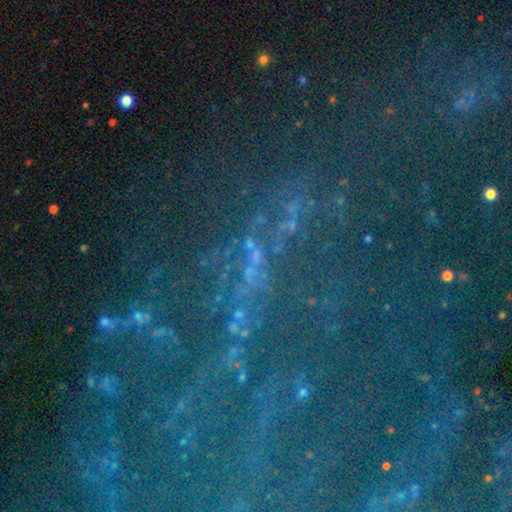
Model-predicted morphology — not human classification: This appears to be a star or artifact, not a galaxy (60%).